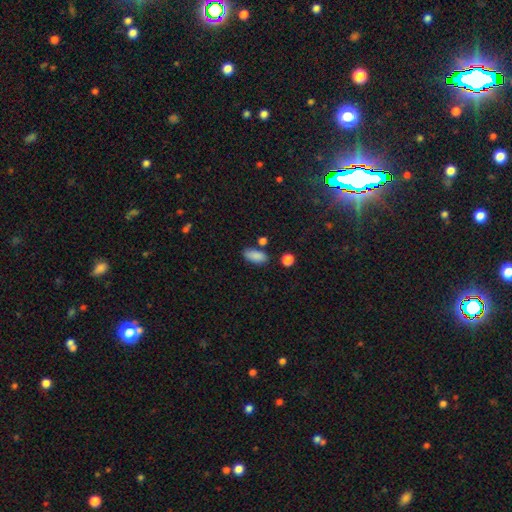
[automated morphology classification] smooth 87%, star or artifact 8%, featured or disk 5%. Down the decision tree: how rounded — in between (89%); merging — none (75%).